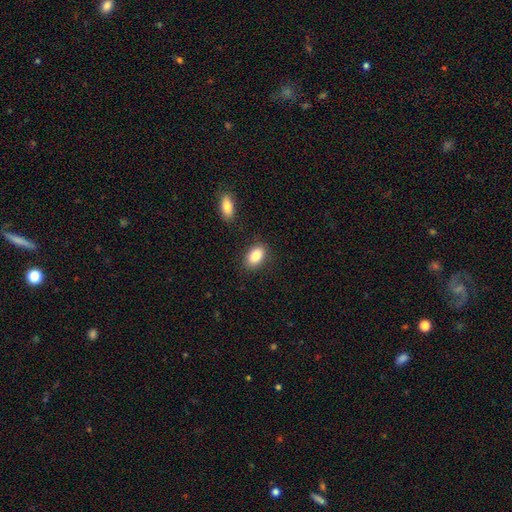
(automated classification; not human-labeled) Smooth or featured: smooth — 87% (star or artifact — 7%)
How rounded: in between — 90% (round — 8%)
Merging: none — 85% (minor disturbance — 10%)